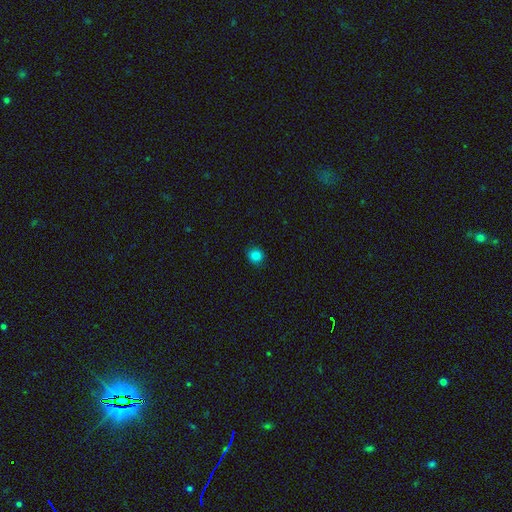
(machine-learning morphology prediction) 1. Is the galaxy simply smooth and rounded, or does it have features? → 84% smooth, 13% star or artifact, 3% featured or disk.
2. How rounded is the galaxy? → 87% round, 12% in between, 1% cigar-shaped.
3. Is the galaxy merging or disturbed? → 89% none, 8% minor disturbance, 2% major disturbance, 1% merger.